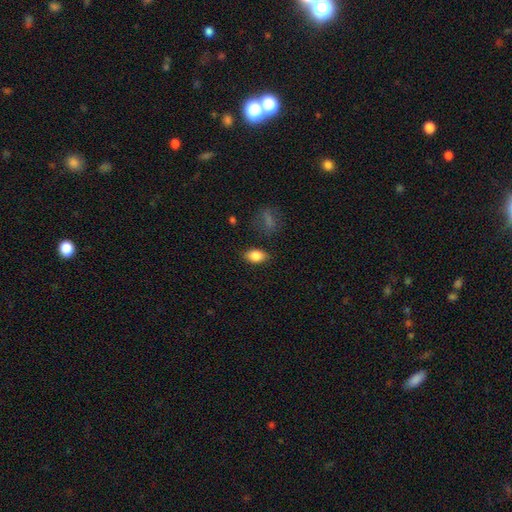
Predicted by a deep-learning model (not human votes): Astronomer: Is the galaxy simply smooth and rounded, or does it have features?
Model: smooth — 84%.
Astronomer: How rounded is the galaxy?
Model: in between — 87%.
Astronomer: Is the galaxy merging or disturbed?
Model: none — 83%.